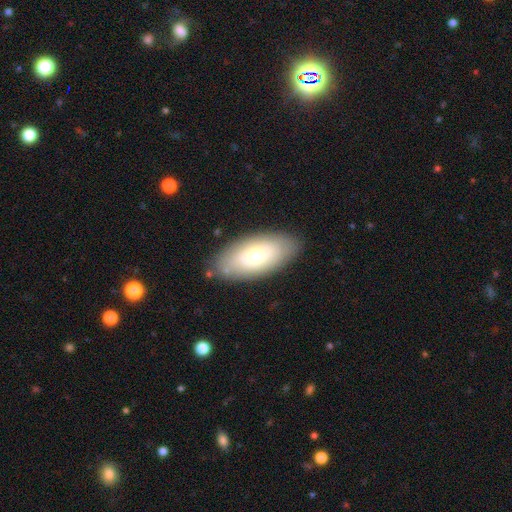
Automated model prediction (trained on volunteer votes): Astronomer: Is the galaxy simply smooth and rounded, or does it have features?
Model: smooth — 65%.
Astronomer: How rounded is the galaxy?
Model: in between — 91%.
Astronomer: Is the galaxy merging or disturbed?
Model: none — 83%.